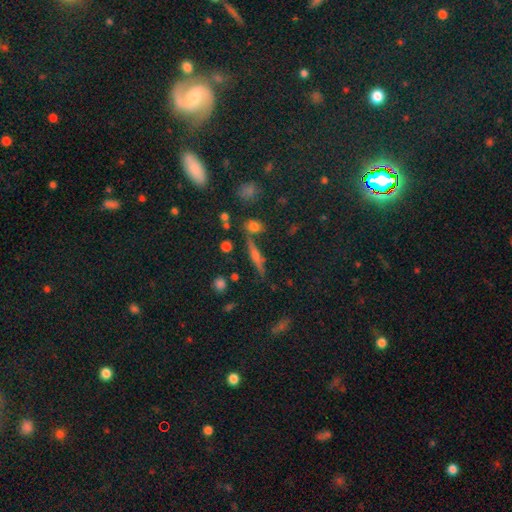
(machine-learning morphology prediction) Smooth or featured? featured or disk (55%)
Edge-on disk? yes (93%)
Edge-on bulge? rounded (83%)
Merging? none (79%)